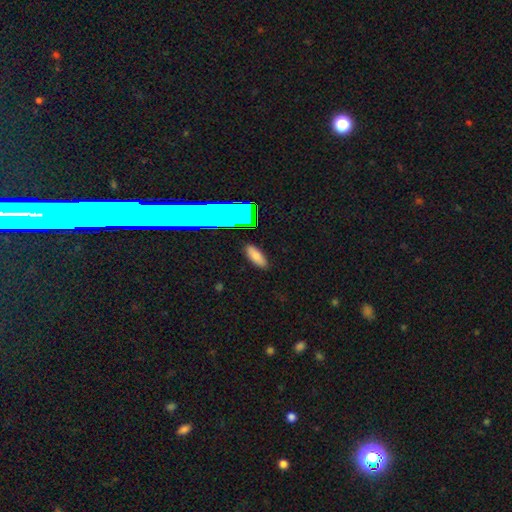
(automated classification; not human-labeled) smooth_or_featured: smooth (p=0.77) [alt: featured or disk p=0.12]
how_rounded: in between (p=0.75) [alt: cigar-shaped p=0.23]
merging: none (p=0.86) [alt: minor disturbance p=0.10]